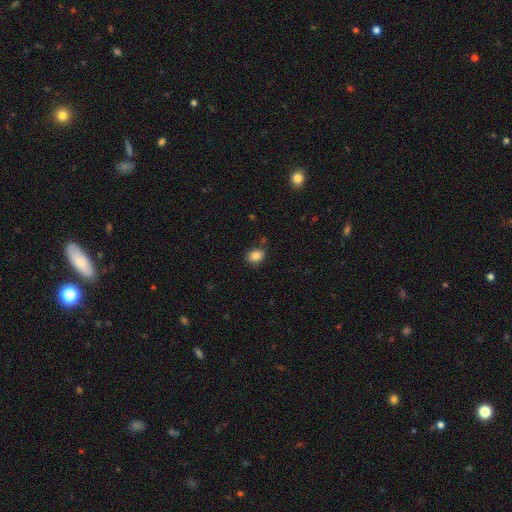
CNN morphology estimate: smooth 86%, star or artifact 10%, featured or disk 5%. Down the decision tree: how rounded — in between (60%); merging — none (81%).